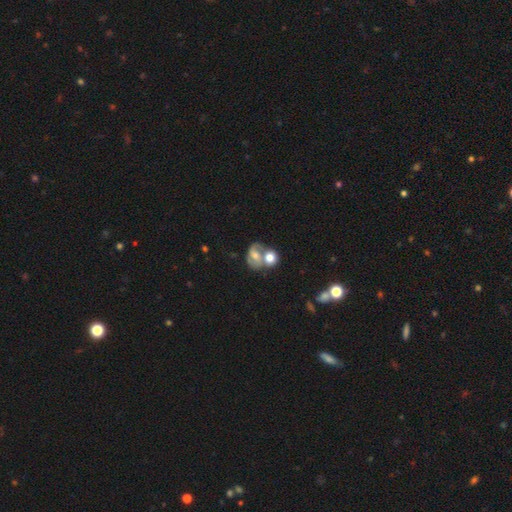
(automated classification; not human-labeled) smooth_or_featured: featured or disk (p=0.45) [alt: smooth p=0.43]
merging: merger (p=0.49) [alt: none p=0.33]